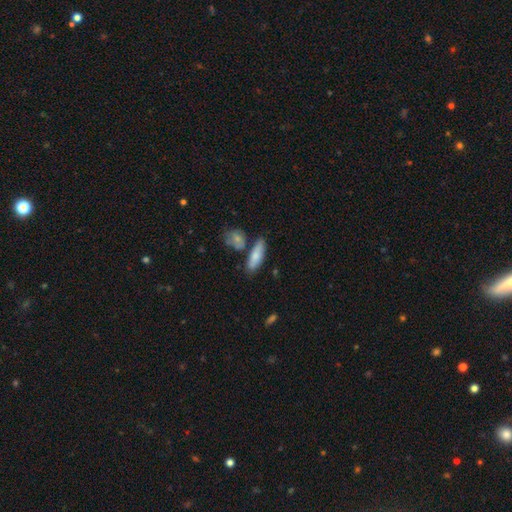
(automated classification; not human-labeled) Smooth or featured?
  - smooth: 79% *
  - featured or disk: 16%
  - star or artifact: 6%
How rounded?
  - in between: 60% *
  - cigar-shaped: 37%
  - round: 3%
Merging?
  - none: 66% *
  - merger: 16%
  - minor disturbance: 15%
  - major disturbance: 4%